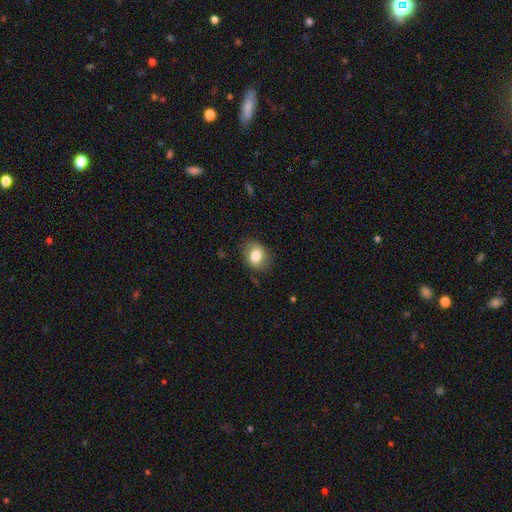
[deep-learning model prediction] This appears to be a smooth galaxy with no disk features (78%) that is in between round and cigar-shaped (54%). Merging: none (77%).